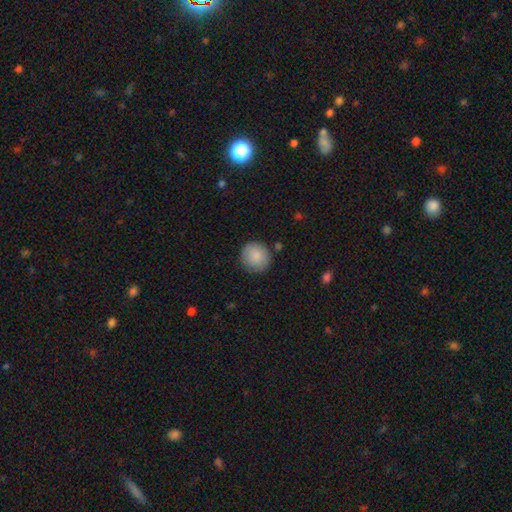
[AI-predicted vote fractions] Overall: smooth (87%). How rounded: round (91%). Merging: none (85%).